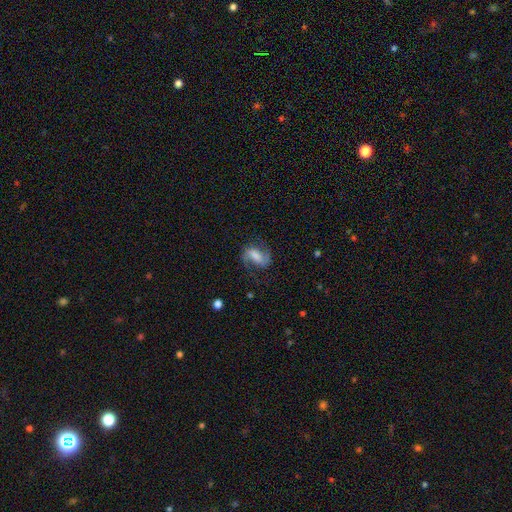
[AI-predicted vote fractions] A featured or disk galaxy (73%) with a weak bar (45%), 2 (87%) medium (46%) spiral arms (94%) and a moderate central bulge (32%).

Vote fractions:
- Smooth or featured? featured or disk: 73% / smooth: 20% / star or artifact: 8%
- Edge-on disk? no: 97% / yes: 3%
- Bar? weak: 45% / strong: 29% / no: 26%
- Spiral arms? yes: 94% / no: 6%
- Spiral winding? medium: 46% / loose: 40% / tight: 14%
- Spiral arm count? 2: 87% / 1: 7% / can't tell: 4% / 3: 1% / 4: 1% / more than 4: 1%
- Bulge size? moderate: 32% / large: 26% / none: 20% / small: 19% / dominant: 4%
- Merging? none: 66% / minor disturbance: 18% / major disturbance: 14% / merger: 2%